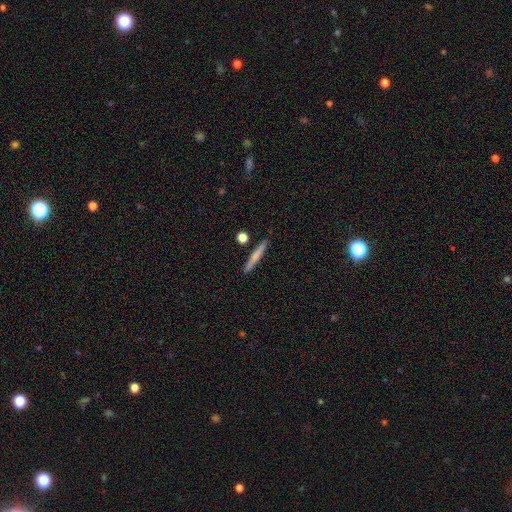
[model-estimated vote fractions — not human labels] A smooth galaxy with no disk features (65%) that is cigar-shaped (95%). Merging: none (88%).